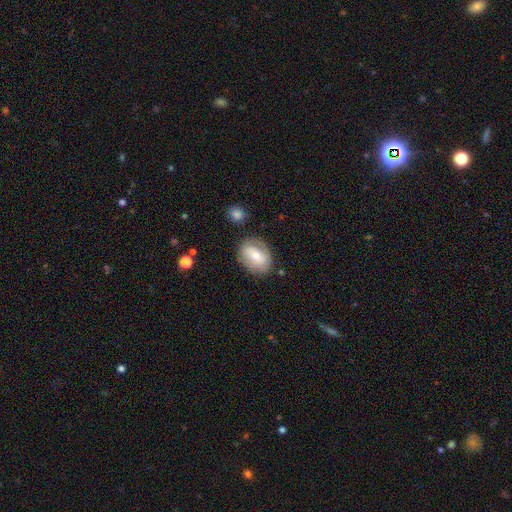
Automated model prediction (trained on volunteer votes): A smooth galaxy with no disk features (49%).

Vote fractions:
- Smooth or featured? smooth: 49% / featured or disk: 43% / star or artifact: 7%
- Merging? none: 77% / minor disturbance: 15% / major disturbance: 5% / merger: 3%